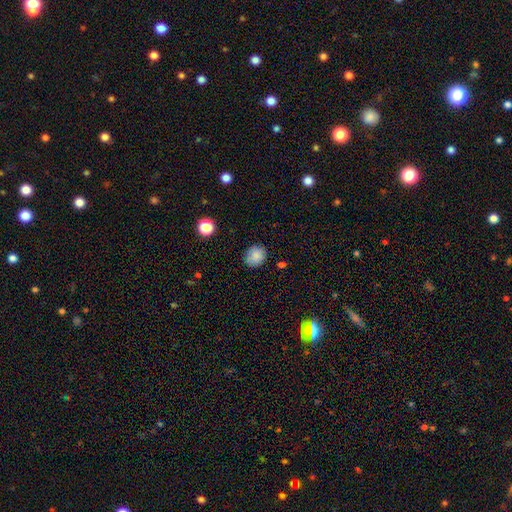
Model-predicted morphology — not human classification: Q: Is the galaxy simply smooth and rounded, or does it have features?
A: smooth — 85%.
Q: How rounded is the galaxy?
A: round — 70%.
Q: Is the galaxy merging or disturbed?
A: none — 83%.